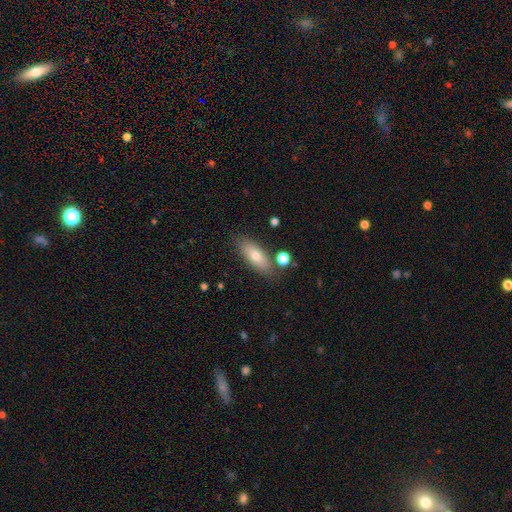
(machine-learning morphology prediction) This appears to be a smooth galaxy with no disk features (72%) that is in between round and cigar-shaped (71%). Merging: none (80%).